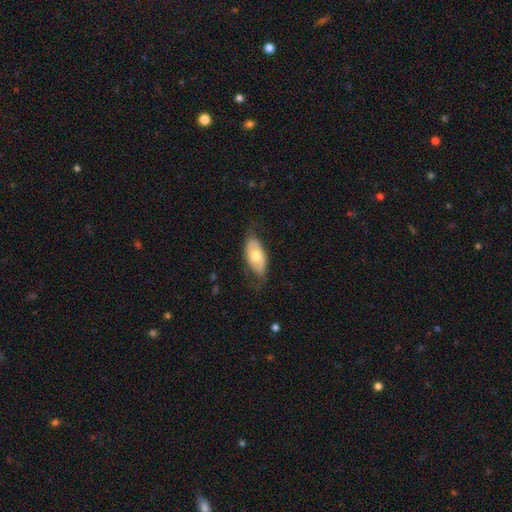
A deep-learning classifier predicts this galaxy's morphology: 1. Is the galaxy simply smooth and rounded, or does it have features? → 55% smooth, 40% featured or disk, 6% star or artifact.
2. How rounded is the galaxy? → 92% in between, 4% round, 4% cigar-shaped.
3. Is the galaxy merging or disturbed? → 68% none, 22% minor disturbance, 8% major disturbance, 1% merger.